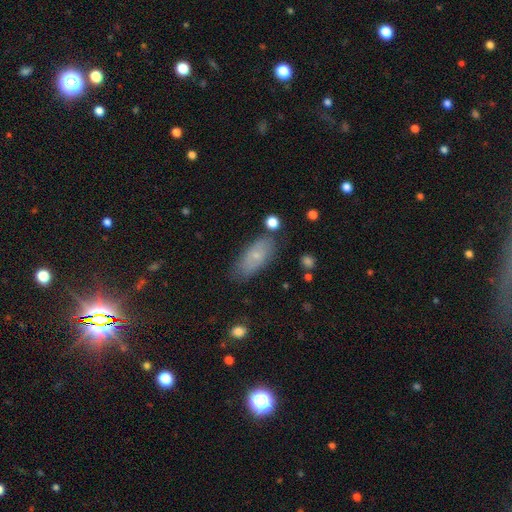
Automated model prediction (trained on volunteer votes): smooth_or_featured: smooth (p=0.65) [alt: featured or disk p=0.26]
how_rounded: in between (p=0.85) [alt: cigar-shaped p=0.12]
merging: none (p=0.71) [alt: minor disturbance p=0.20]